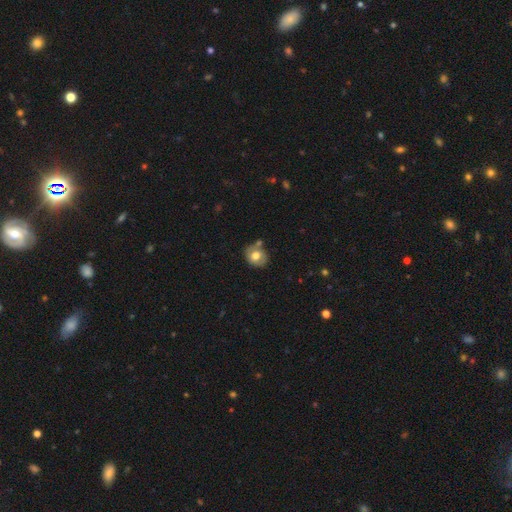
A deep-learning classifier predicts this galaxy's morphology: A smooth galaxy with no disk features (63%) that is round (60%).

Vote fractions:
- Smooth or featured? smooth: 63% / featured or disk: 29% / star or artifact: 8%
- How rounded? round: 60% / in between: 39% / cigar-shaped: 1%
- Merging? none: 60% / minor disturbance: 21% / merger: 13% / major disturbance: 6%